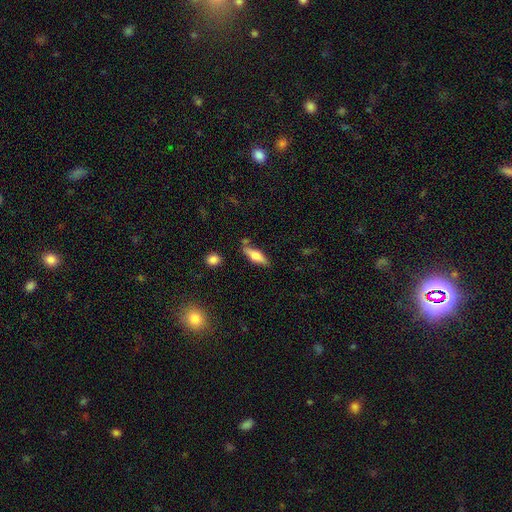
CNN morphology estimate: Q: Smooth or featured?
A: smooth (63%); runner-up: featured or disk (30%)
Q: How rounded?
A: in between (52%); runner-up: cigar-shaped (45%)
Q: Merging?
A: none (74%); runner-up: minor disturbance (16%)